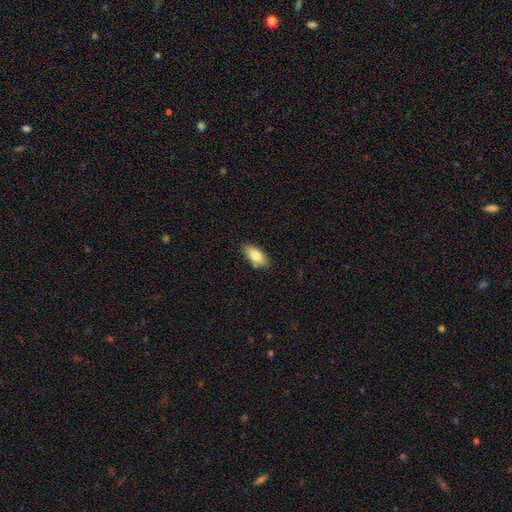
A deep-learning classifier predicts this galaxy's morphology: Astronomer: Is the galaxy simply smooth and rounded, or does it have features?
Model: smooth — 76%.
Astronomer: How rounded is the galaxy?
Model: in between — 87%.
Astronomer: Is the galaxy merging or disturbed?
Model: none — 81%.